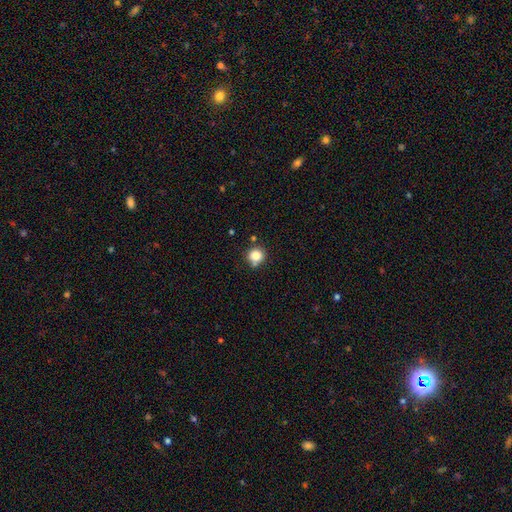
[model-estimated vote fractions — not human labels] A smooth galaxy with no disk features (83%) that is round (92%). Merging: none (74%).